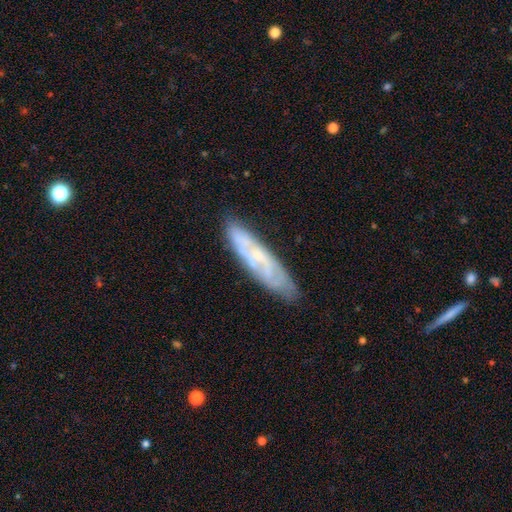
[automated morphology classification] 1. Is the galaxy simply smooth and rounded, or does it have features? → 65% featured or disk, 28% smooth, 7% star or artifact.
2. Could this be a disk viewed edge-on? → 67% no, 33% yes.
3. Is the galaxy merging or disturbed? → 78% none, 16% minor disturbance, 4% major disturbance, 2% merger.